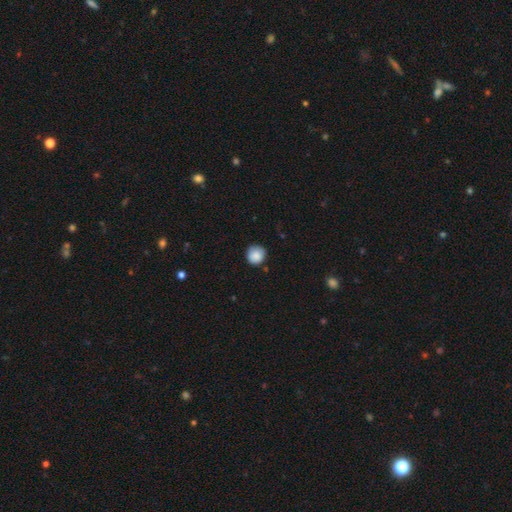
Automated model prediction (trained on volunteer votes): Smooth or featured: smooth — 87% (star or artifact — 8%)
How rounded: round — 92% (in between — 7%)
Merging: none — 81% (minor disturbance — 15%)